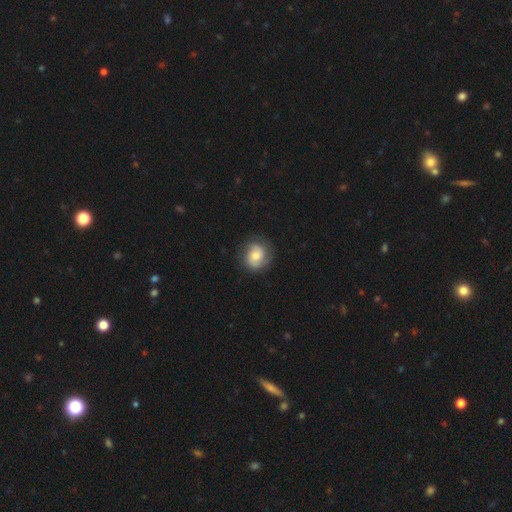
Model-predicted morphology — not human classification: This appears to be a featured or disk galaxy (47%). Merging: none (79%).